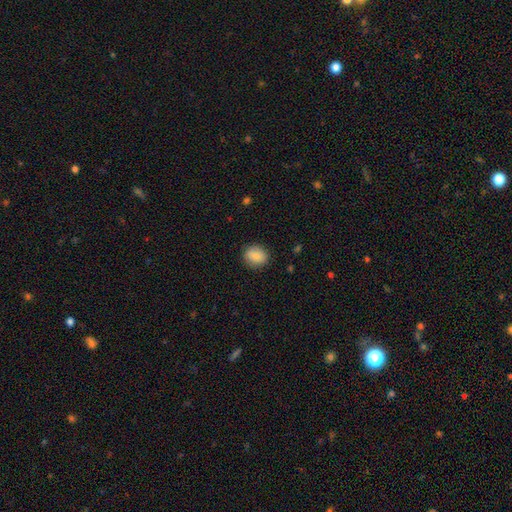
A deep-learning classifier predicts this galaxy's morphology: smooth 84%, featured or disk 8%, star or artifact 8%. Down the decision tree: how rounded — round (62%); merging — none (87%).